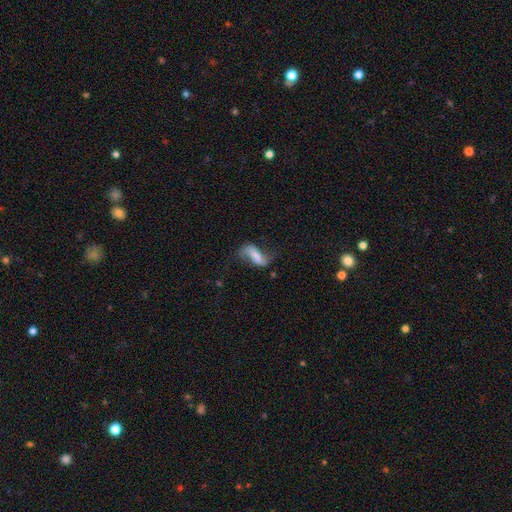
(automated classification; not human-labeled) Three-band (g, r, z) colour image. It shows a featured or disk galaxy (51%). Merging: none (48%).